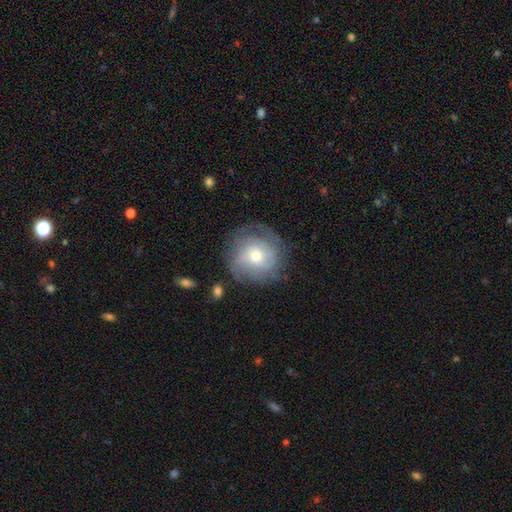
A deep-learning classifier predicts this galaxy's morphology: type=featured or disk (60%); edge-on=no (97%); bar=no (75%); spiral arms=yes (79%); bulge=moderate (62%); merging=none (72%).